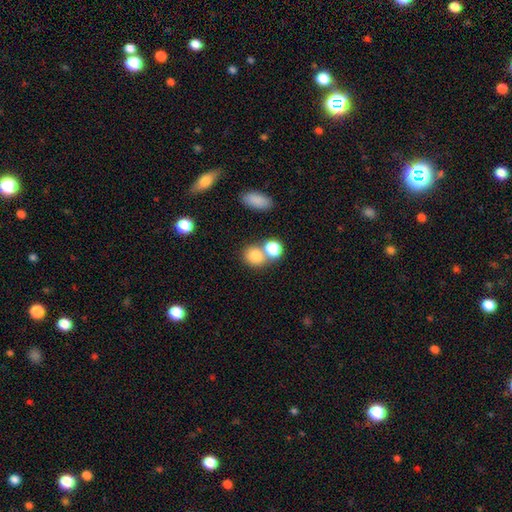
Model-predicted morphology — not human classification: Smooth or featured? smooth (81%)
How rounded? round (69%)
Merging? none (51%)